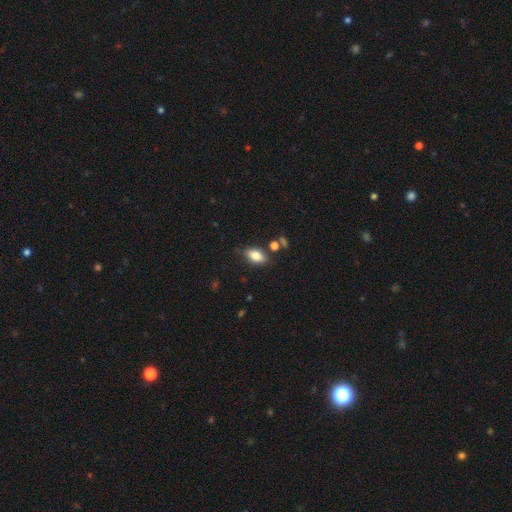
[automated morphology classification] Q: Smooth or featured?
A: smooth (80%); runner-up: featured or disk (12%)
Q: How rounded?
A: in between (89%); runner-up: round (6%)
Q: Merging?
A: none (76%); runner-up: minor disturbance (15%)